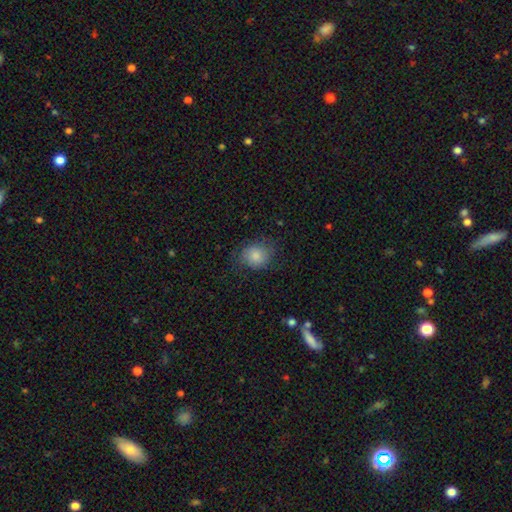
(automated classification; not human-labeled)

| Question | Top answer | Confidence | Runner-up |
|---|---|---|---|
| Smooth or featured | smooth | 81% | featured or disk (11%) |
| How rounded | round | 64% | in between (35%) |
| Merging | none | 70% | minor disturbance (21%) |